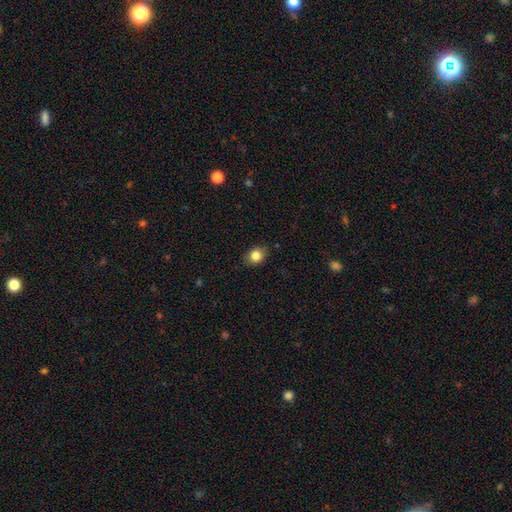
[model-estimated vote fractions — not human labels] smooth_or_featured: smooth (p=0.84) [alt: star or artifact p=0.10]
how_rounded: in between (p=0.51) [alt: round p=0.48]
merging: none (p=0.84) [alt: minor disturbance p=0.13]